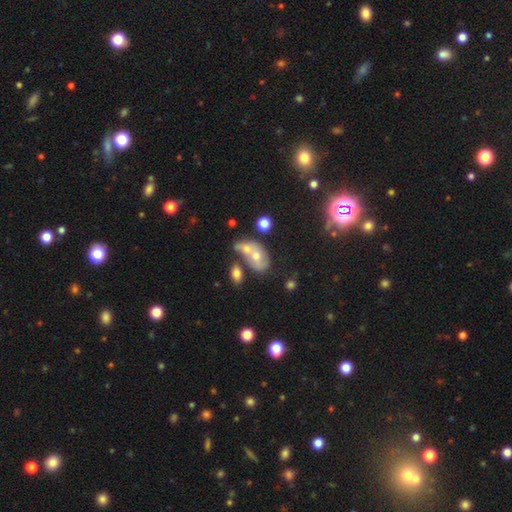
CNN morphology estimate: smooth_or_featured: smooth (p=0.45) [alt: featured or disk p=0.36]
merging: merger (p=0.47) [alt: none p=0.31]